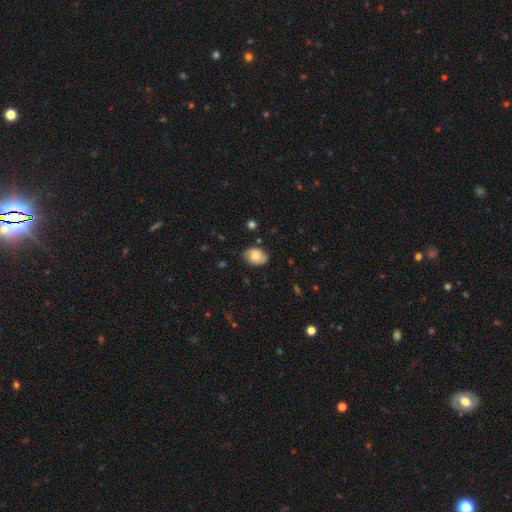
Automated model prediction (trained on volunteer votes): This is likely a smooth galaxy (65%). How rounded: likely in between (72%). Merging: likely none (77%).